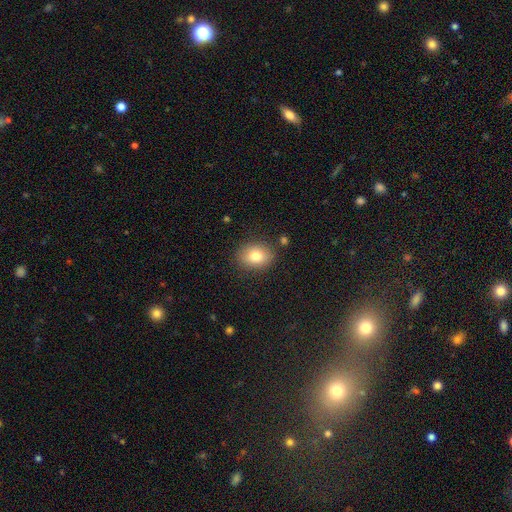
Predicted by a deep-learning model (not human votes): A smooth galaxy with no disk features (79%) that is in between round and cigar-shaped (52%). Merging: none (85%).